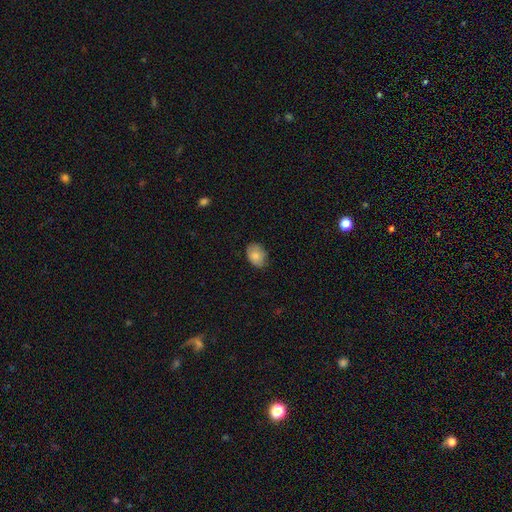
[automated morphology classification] Smooth or featured? smooth (84%)
How rounded? in between (77%)
Merging? none (76%)